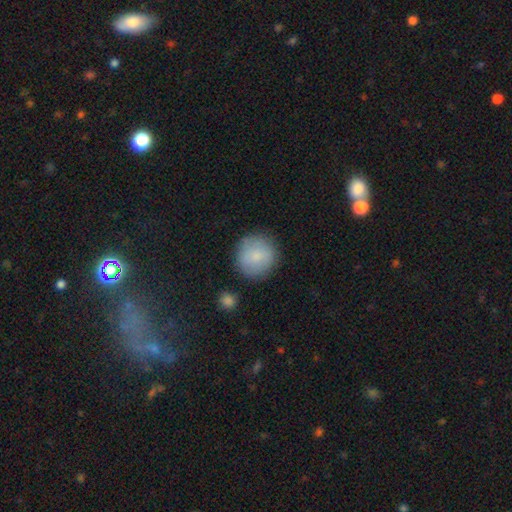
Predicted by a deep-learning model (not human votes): Q: Smooth or featured?
A: smooth (82%); runner-up: featured or disk (11%)
Q: How rounded?
A: round (94%); runner-up: in between (5%)
Q: Merging?
A: none (83%); runner-up: minor disturbance (11%)